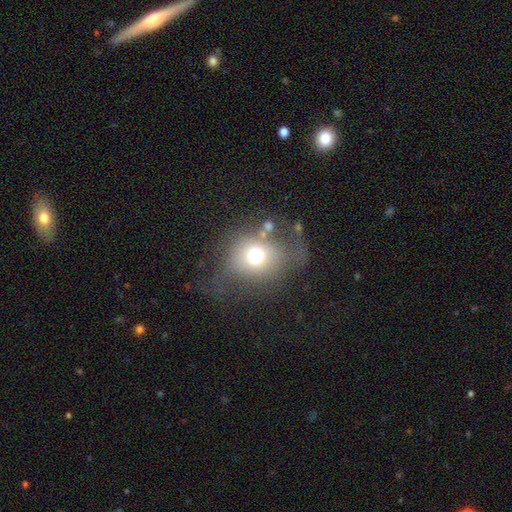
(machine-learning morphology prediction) smooth-or-featured: smooth: 64% | featured or disk: 19% | star or artifact: 16%
  how-rounded: round: 74% | in between: 25% | cigar-shaped: 1%
  merging: none: 49% | major disturbance: 25% | minor disturbance: 20% | merger: 6%